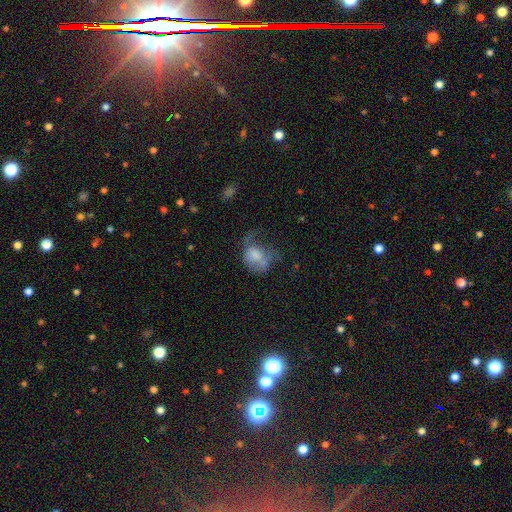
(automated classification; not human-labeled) The model was most divided on "how rounded": in between: 58%, round: 41%, cigar-shaped: 1%. Remaining: smooth or featured — smooth (60%); merging — major disturbance (49%).